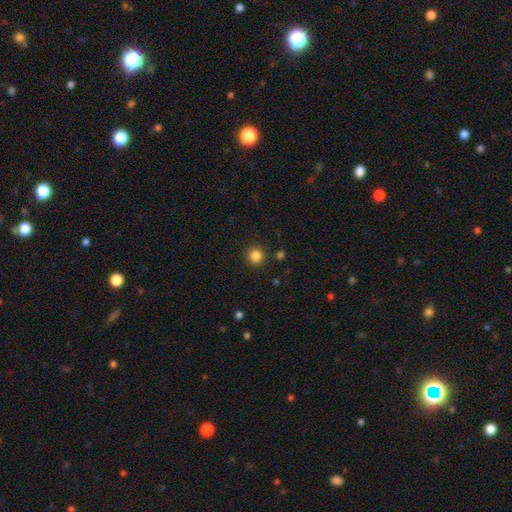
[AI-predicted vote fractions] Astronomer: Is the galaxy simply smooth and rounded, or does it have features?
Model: smooth — 85%.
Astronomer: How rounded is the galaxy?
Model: round — 93%.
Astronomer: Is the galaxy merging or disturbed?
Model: none — 90%.